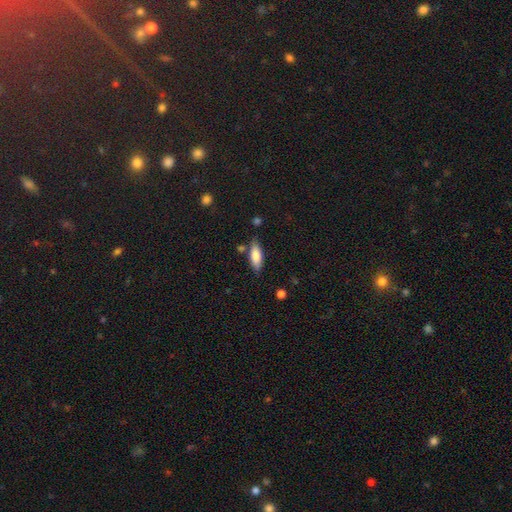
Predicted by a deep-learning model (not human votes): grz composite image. It shows a smooth galaxy with no disk features (81%) that is in between round and cigar-shaped (68%). Merging: none (76%).